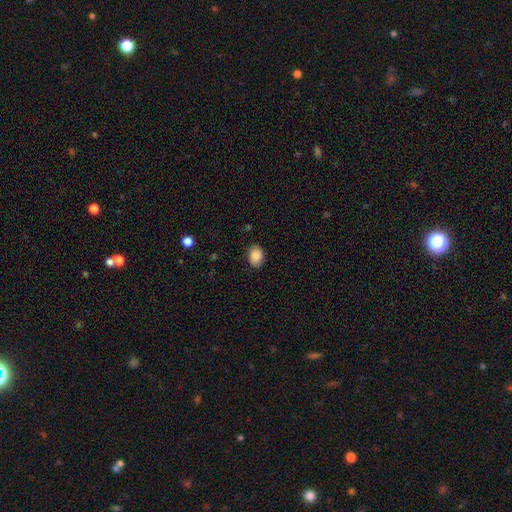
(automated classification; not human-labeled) Q: Smooth or featured?
A: smooth (88%); runner-up: star or artifact (7%)
Q: How rounded?
A: in between (77%); runner-up: round (22%)
Q: Merging?
A: none (86%); runner-up: minor disturbance (11%)